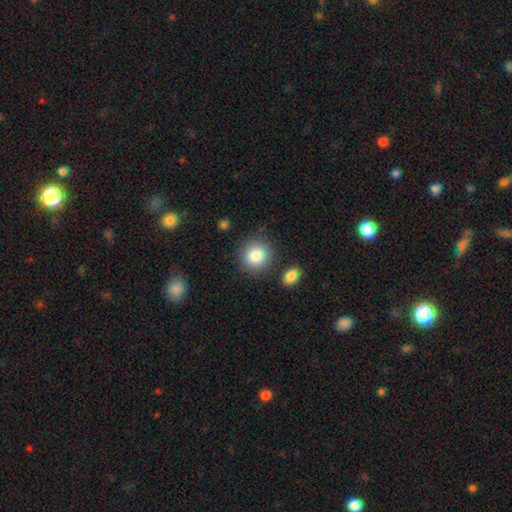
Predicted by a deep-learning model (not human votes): Q: Smooth or featured?
A: smooth (86%); runner-up: star or artifact (8%)
Q: How rounded?
A: round (89%); runner-up: in between (10%)
Q: Merging?
A: none (83%); runner-up: minor disturbance (9%)